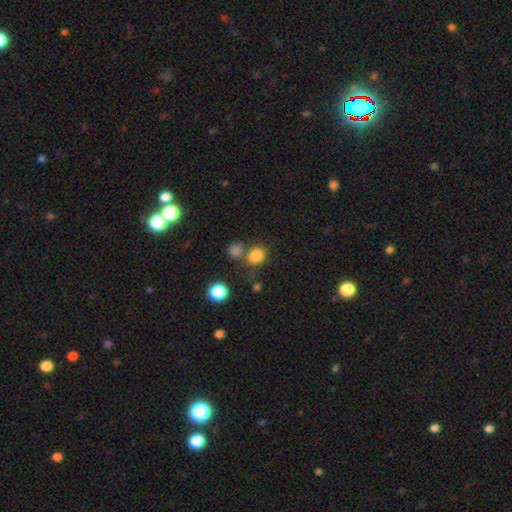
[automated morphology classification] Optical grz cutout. It shows a smooth galaxy with no disk features (81%) that is round (76%). Merging: none (61%).